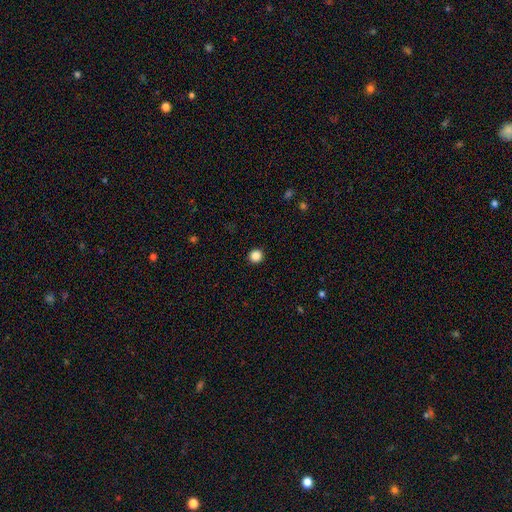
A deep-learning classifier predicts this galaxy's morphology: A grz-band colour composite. It shows a smooth galaxy with no disk features (86%) that is round (95%). Merging: none (94%).